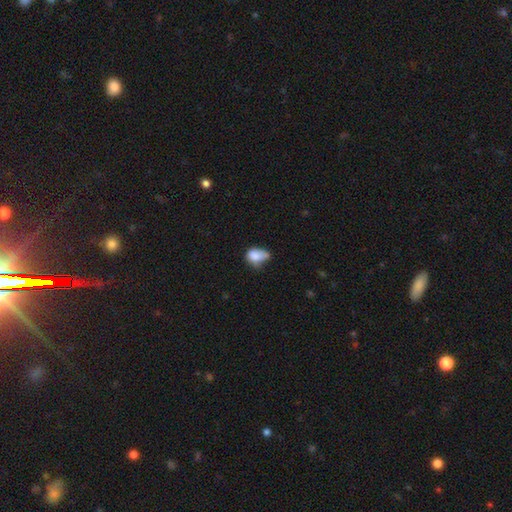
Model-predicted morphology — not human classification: A smooth galaxy with no disk features (80%) that is in between round and cigar-shaped (78%).

Vote fractions:
- Smooth or featured? smooth: 80% / featured or disk: 11% / star or artifact: 10%
- How rounded? in between: 78% / round: 20% / cigar-shaped: 2%
- Merging? minor disturbance: 45% / none: 28% / major disturbance: 18% / merger: 9%